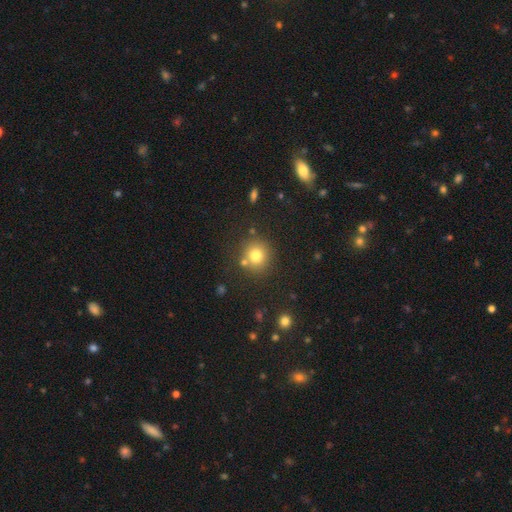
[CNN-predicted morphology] smooth-or-featured: smooth: 78% | star or artifact: 13% | featured or disk: 9%
  how-rounded: round: 89% | in between: 10% | cigar-shaped: 1%
  merging: none: 76% | merger: 10% | minor disturbance: 10% | major disturbance: 4%